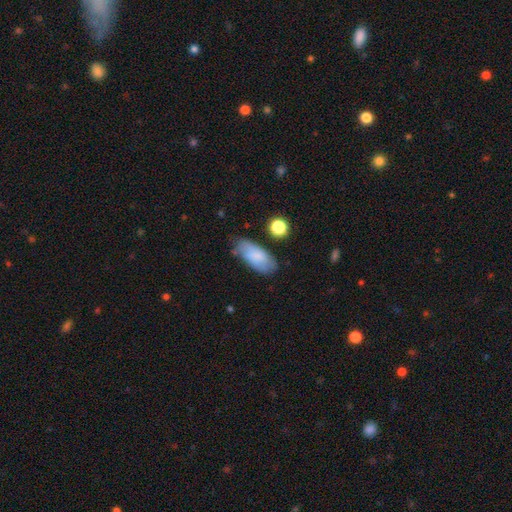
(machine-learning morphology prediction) Smooth or featured: smooth — 73% (featured or disk — 20%)
How rounded: in between — 86% (cigar-shaped — 12%)
Merging: none — 69% (minor disturbance — 22%)